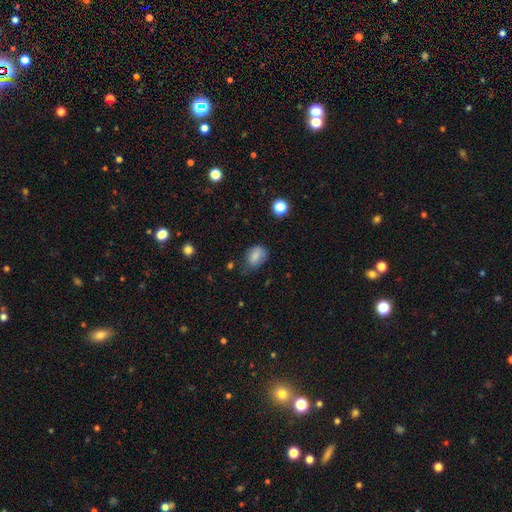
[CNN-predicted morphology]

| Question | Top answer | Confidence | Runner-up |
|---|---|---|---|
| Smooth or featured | smooth | 81% | star or artifact (10%) |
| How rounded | in between | 78% | round (21%) |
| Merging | none | 54% | minor disturbance (33%) |